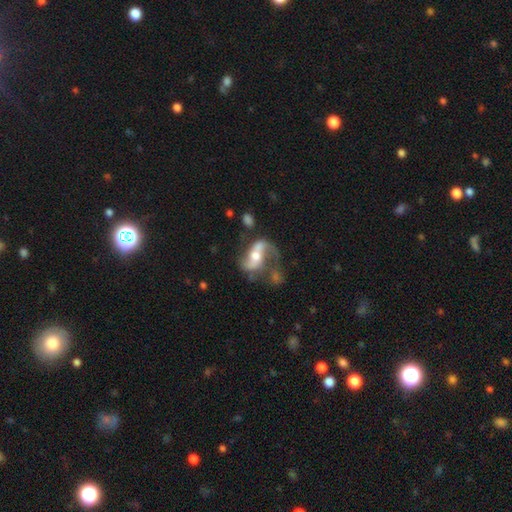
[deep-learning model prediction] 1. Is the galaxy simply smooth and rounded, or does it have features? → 81% featured or disk, 13% smooth, 7% star or artifact.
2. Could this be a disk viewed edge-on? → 95% no, 5% yes.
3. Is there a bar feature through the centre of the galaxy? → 37% no, 34% weak, 28% strong.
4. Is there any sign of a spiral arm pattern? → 90% yes, 10% no.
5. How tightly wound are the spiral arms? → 66% loose, 28% medium, 7% tight.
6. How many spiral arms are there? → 86% 2, 7% 1, 4% can't tell, 1% 3, 1% 4, 1% more than 4.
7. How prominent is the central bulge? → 64% moderate, 21% small, 11% large, 2% none, 2% dominant.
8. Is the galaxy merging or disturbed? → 44% none, 25% major disturbance, 19% minor disturbance, 13% merger.